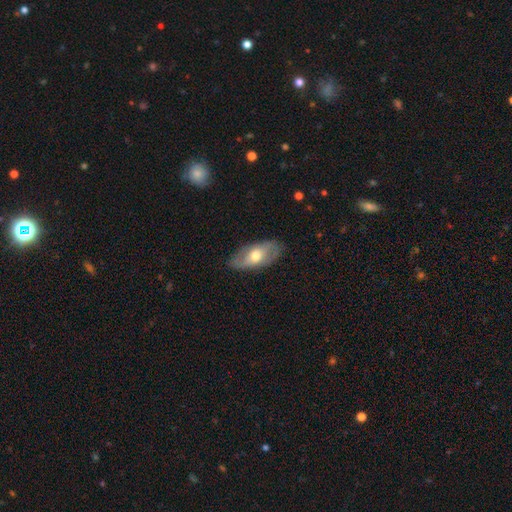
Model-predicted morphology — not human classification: A featured or disk galaxy (53%). Merging: none (79%).